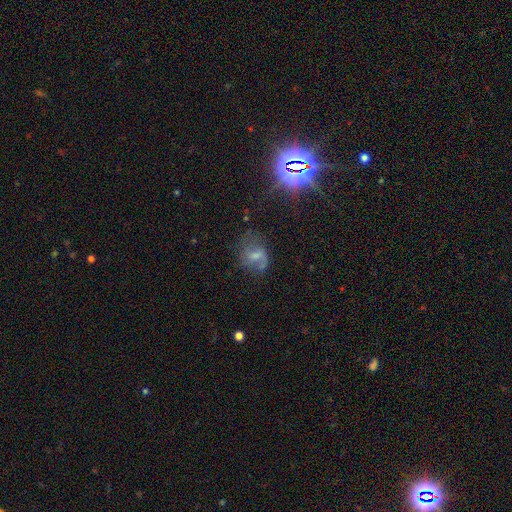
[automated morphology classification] Q: Smooth or featured?
A: featured or disk (50%); runner-up: star or artifact (26%)
Q: Merging?
A: none (56%); runner-up: minor disturbance (22%)